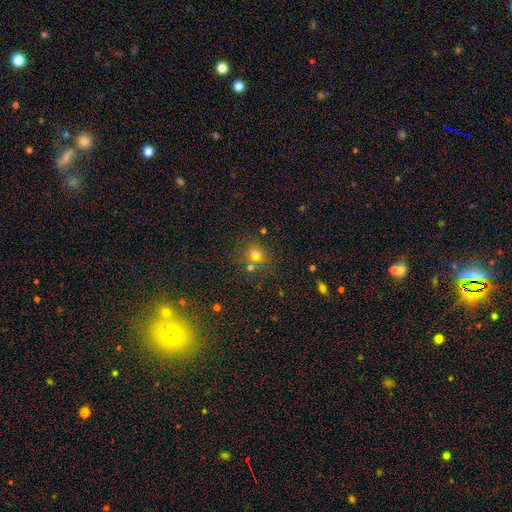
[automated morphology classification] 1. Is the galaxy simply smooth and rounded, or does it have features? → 66% smooth, 23% star or artifact, 11% featured or disk.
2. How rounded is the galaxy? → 76% round, 22% in between, 1% cigar-shaped.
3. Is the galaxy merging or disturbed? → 66% none, 17% merger, 12% minor disturbance, 5% major disturbance.